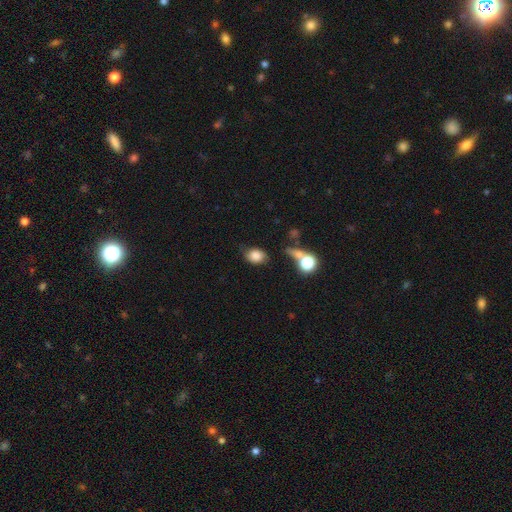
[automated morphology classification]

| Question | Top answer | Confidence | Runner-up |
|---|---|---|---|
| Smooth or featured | smooth | 78% | featured or disk (12%) |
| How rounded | in between | 67% | round (31%) |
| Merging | none | 53% | minor disturbance (27%) |